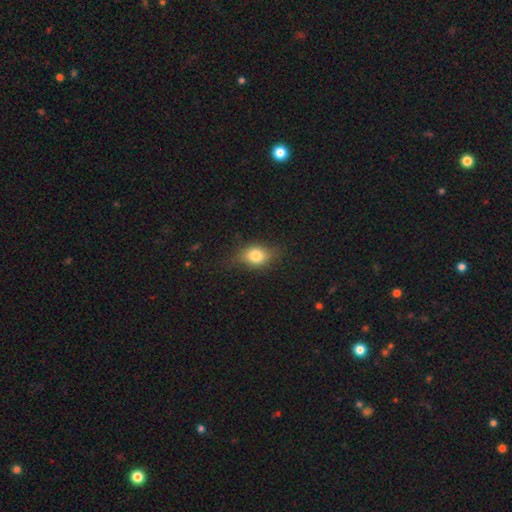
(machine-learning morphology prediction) This appears to be a smooth galaxy with no disk features (77%) that is in between round and cigar-shaped (56%). Merging: none (71%).